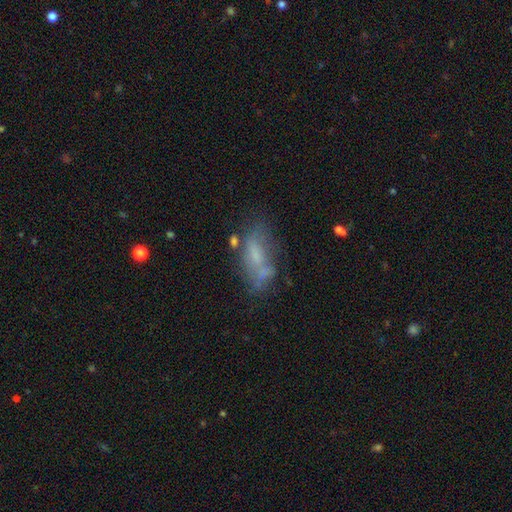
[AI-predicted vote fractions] Smooth or featured: smooth — 49% (featured or disk — 39%)
Merging: none — 46% (minor disturbance — 23%)